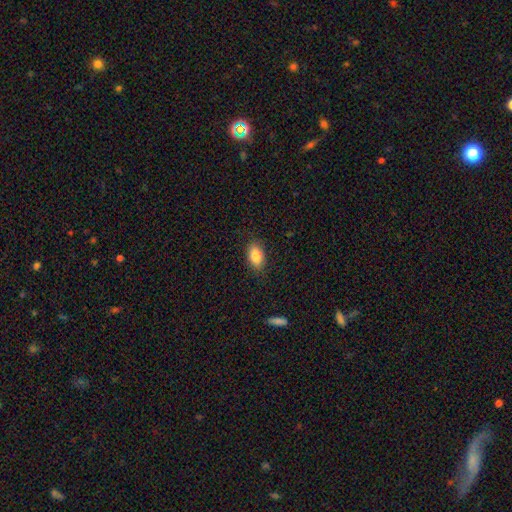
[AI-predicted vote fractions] smooth_or_featured: smooth (p=0.84) [alt: featured or disk p=0.08]
how_rounded: in between (p=0.89) [alt: round p=0.07]
merging: none (p=0.86) [alt: minor disturbance p=0.11]